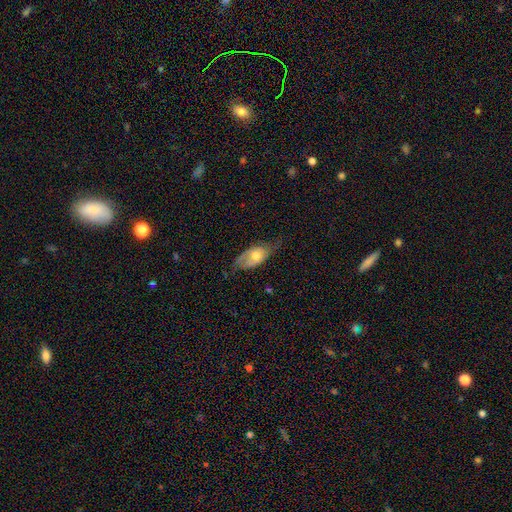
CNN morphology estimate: Smooth or featured? Predicted: featured or disk (p=0.53). Edge-on disk? Predicted: no (p=0.84). Merging? Predicted: none (p=0.50).